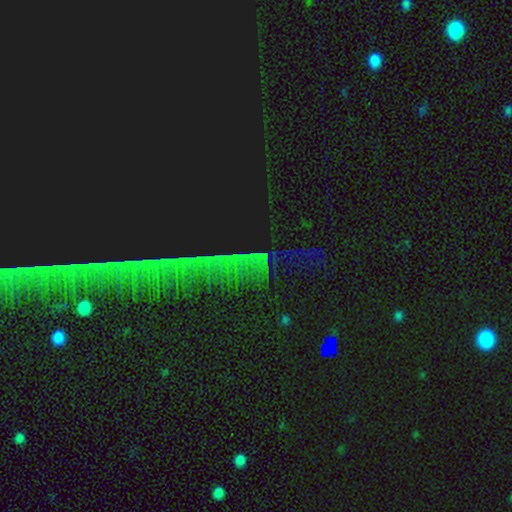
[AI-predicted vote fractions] This appears to be a star or artifact, not a galaxy (80%).